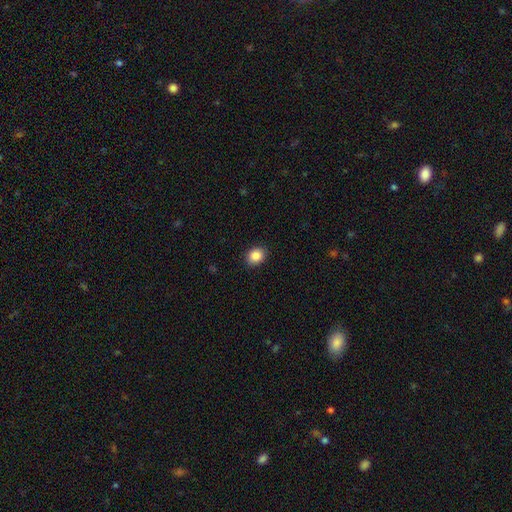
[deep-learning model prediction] smooth 87%, star or artifact 9%, featured or disk 4%. Down the decision tree: how rounded — round (50%); merging — none (90%).